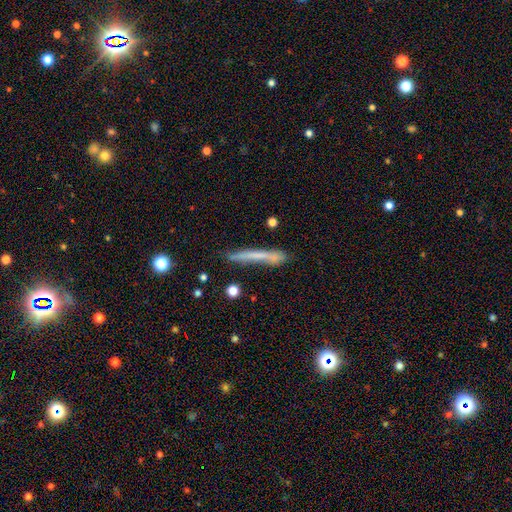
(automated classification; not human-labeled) A smooth galaxy with no disk features (58%) that is cigar-shaped (95%).

Vote fractions:
- Smooth or featured? smooth: 58% / featured or disk: 34% / star or artifact: 8%
- How rounded? cigar-shaped: 95% / in between: 3% / round: 2%
- Merging? none: 67% / minor disturbance: 20% / merger: 7% / major disturbance: 6%